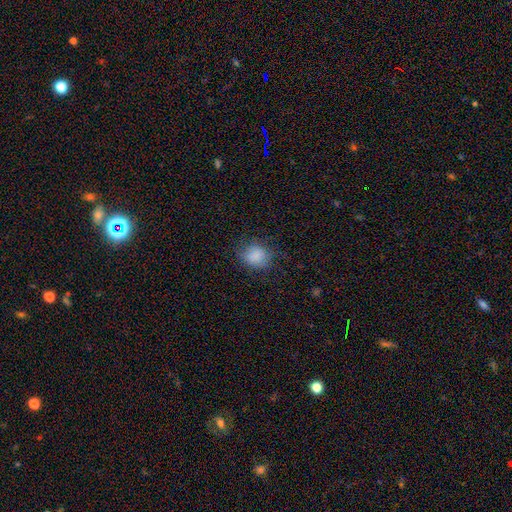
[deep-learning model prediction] Smooth or featured?
  - smooth: 84% *
  - star or artifact: 10%
  - featured or disk: 6%
How rounded?
  - round: 67% *
  - in between: 32%
  - cigar-shaped: 1%
Merging?
  - none: 75% *
  - minor disturbance: 17%
  - major disturbance: 7%
  - merger: 1%